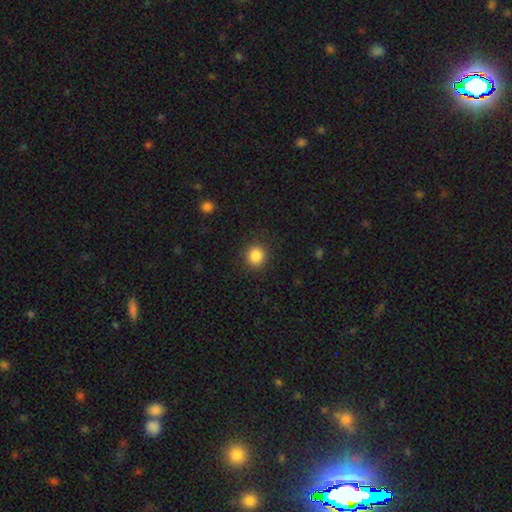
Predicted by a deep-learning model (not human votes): Overall: smooth (86%). How rounded: round (91%). Merging: none (90%).